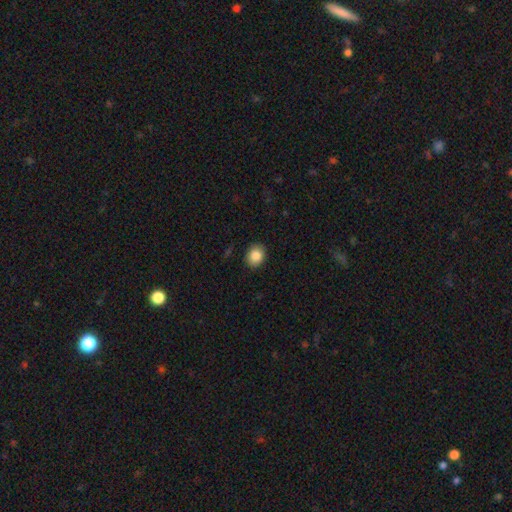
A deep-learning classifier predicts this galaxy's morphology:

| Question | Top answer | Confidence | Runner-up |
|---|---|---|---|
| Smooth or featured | smooth | 86% | star or artifact (8%) |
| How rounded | round | 51% | in between (49%) |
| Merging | none | 89% | minor disturbance (8%) |